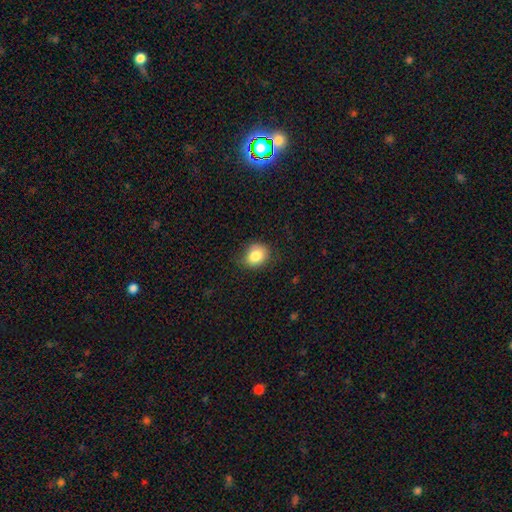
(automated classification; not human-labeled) smooth 84%, star or artifact 9%, featured or disk 7%. Down the decision tree: how rounded — round (57%); merging — none (78%).